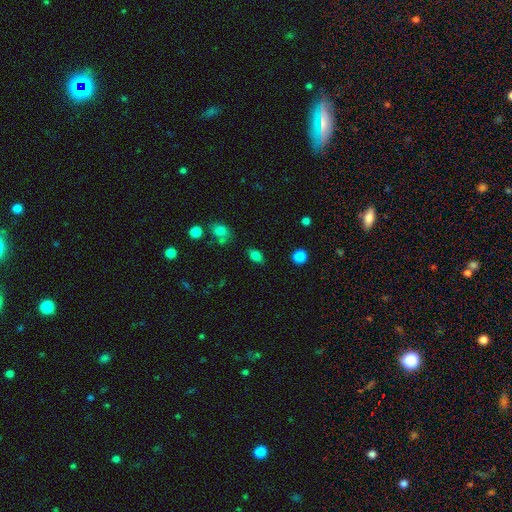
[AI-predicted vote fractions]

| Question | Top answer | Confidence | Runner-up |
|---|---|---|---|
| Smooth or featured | smooth | 81% | star or artifact (11%) |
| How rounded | in between | 81% | round (17%) |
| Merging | none | 80% | minor disturbance (13%) |